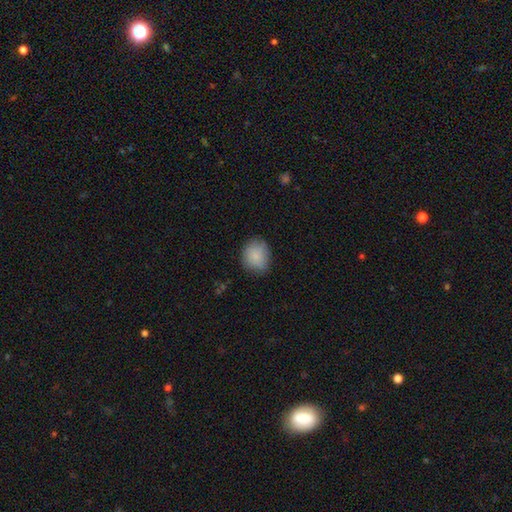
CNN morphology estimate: This appears to be a smooth galaxy with no disk features (87%) that is round (68%). Merging: none (80%).